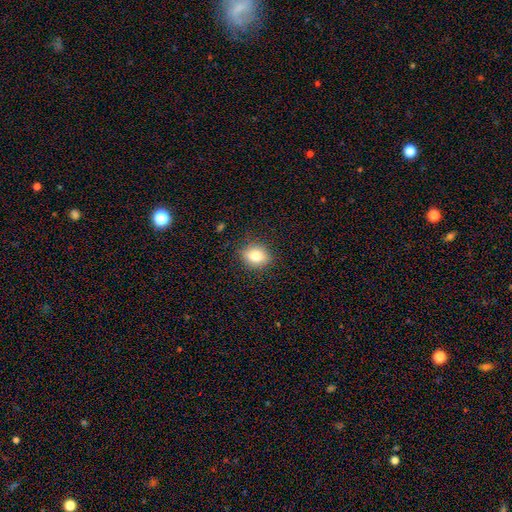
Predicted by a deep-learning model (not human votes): Q: Smooth or featured?
A: smooth (79%); runner-up: featured or disk (11%)
Q: How rounded?
A: in between (52%); runner-up: round (46%)
Q: Merging?
A: none (86%); runner-up: minor disturbance (10%)